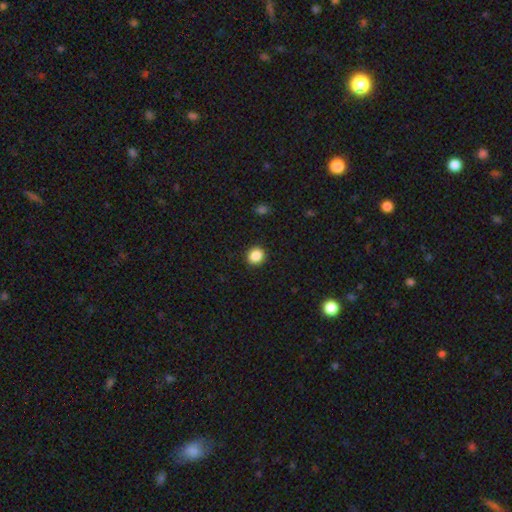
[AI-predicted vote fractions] Smooth or featured? Predicted: smooth (p=0.87). How rounded? Predicted: round (p=0.77). Merging? Predicted: none (p=0.91).